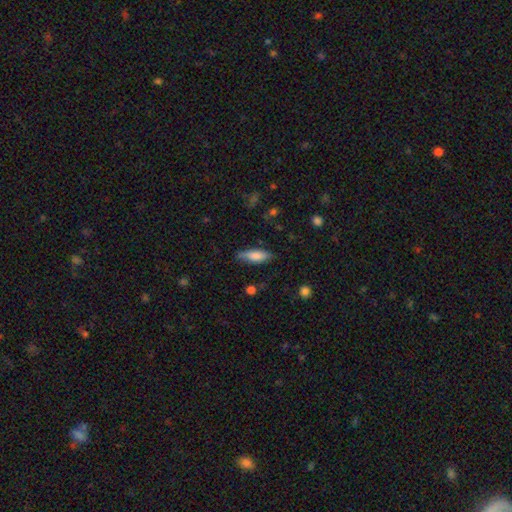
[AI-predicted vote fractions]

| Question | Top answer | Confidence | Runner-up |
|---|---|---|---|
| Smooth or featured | smooth | 74% | featured or disk (19%) |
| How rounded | in between | 50% | cigar-shaped (48%) |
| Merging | none | 79% | minor disturbance (16%) |